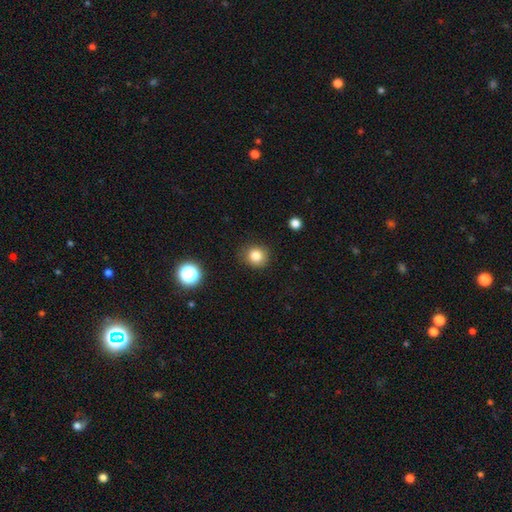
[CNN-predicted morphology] The model was most divided on "smooth or featured": smooth: 83%, star or artifact: 12%, featured or disk: 5%. More confident: how rounded — round (87%); merging — none (87%).